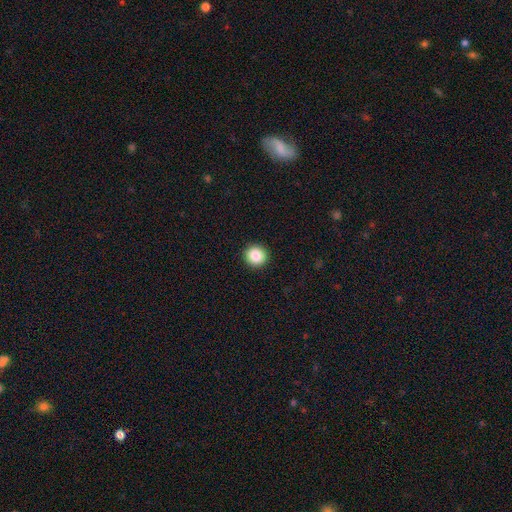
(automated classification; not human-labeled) This appears to be a smooth galaxy with no disk features (86%) that is round (95%). Merging: none (93%).